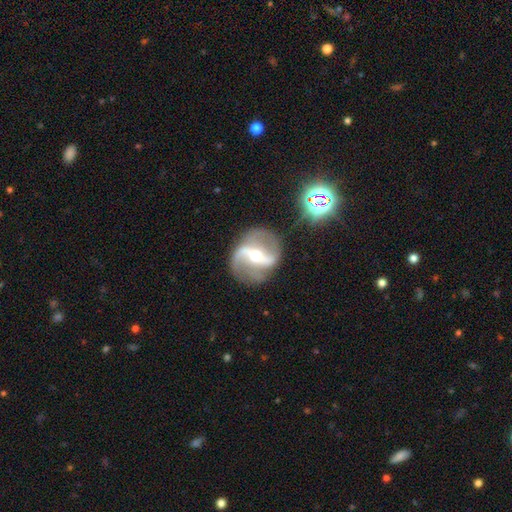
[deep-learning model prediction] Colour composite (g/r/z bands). It shows a featured or disk galaxy (87%) with a strong bar (63%), 2 (87%) loose (57%) spiral arms (91%) and a moderate central bulge (58%). Merging: none (76%).